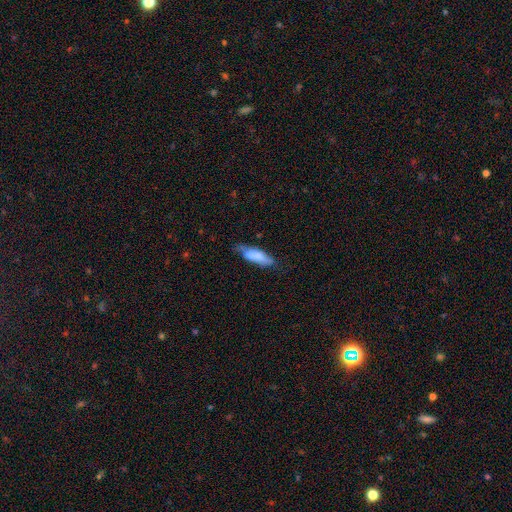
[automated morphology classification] smooth-or-featured: smooth: 76% | featured or disk: 18% | star or artifact: 6%
  how-rounded: in between: 52% | cigar-shaped: 47% | round: 2%
  merging: none: 54% | minor disturbance: 34% | major disturbance: 10% | merger: 2%